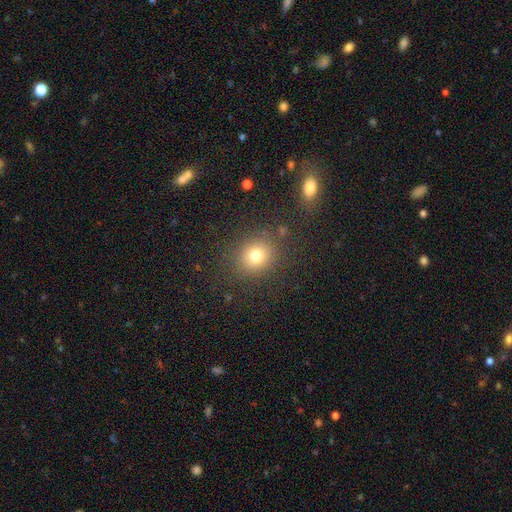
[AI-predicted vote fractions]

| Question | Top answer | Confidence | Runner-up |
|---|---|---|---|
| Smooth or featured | smooth | 77% | star or artifact (15%) |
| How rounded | round | 75% | in between (24%) |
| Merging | none | 84% | minor disturbance (9%) |